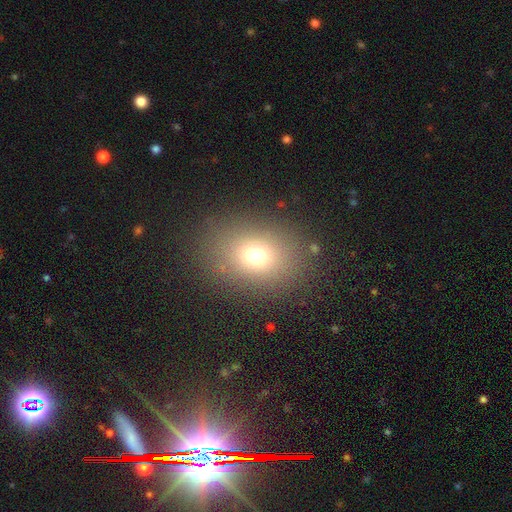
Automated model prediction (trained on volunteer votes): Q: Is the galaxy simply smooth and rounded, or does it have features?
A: smooth — 71%.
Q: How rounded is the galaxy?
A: in between — 53%.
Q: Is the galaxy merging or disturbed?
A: none — 84%.